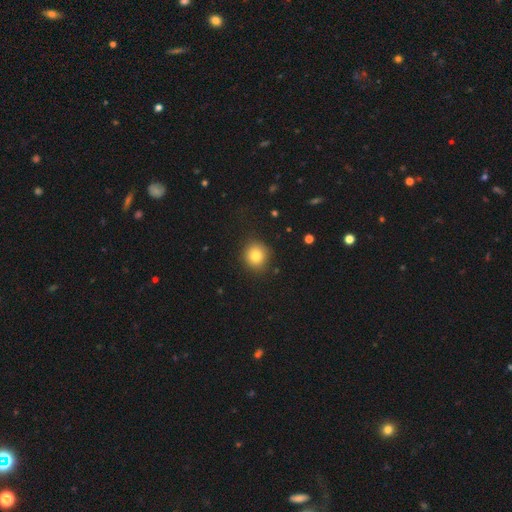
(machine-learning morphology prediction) A smooth galaxy with no disk features (81%) that is round (89%).

Vote fractions:
- Smooth or featured? smooth: 81% / star or artifact: 11% / featured or disk: 8%
- How rounded? round: 89% / in between: 10% / cigar-shaped: 1%
- Merging? none: 86% / minor disturbance: 10% / major disturbance: 3% / merger: 1%